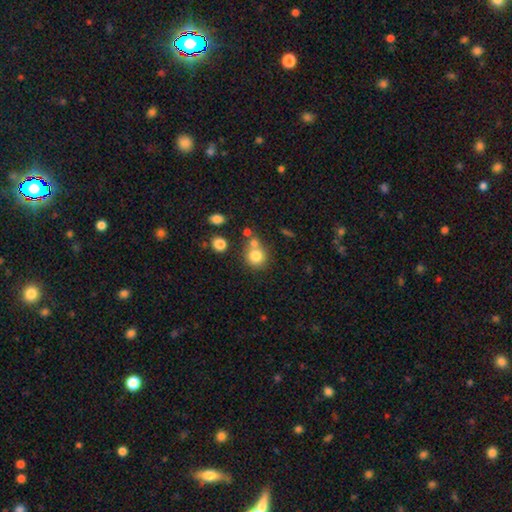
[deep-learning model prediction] This is likely a smooth galaxy (79%). How rounded: clearly round (86%). Merging: possibly none (56%).